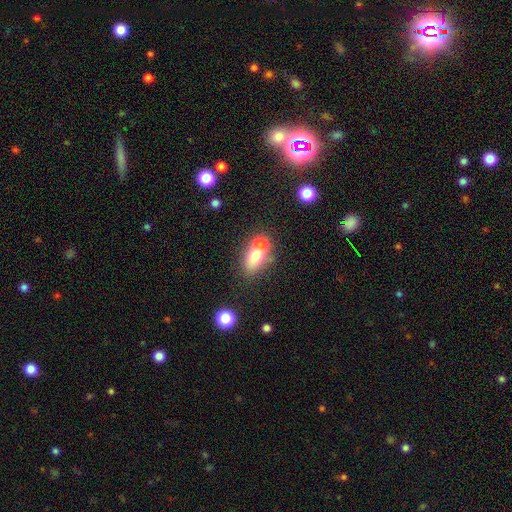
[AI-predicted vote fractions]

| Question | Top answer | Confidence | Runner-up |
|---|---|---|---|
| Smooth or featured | smooth | 68% | featured or disk (22%) |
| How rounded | in between | 70% | round (27%) |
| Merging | merger | 61% | none (27%) |